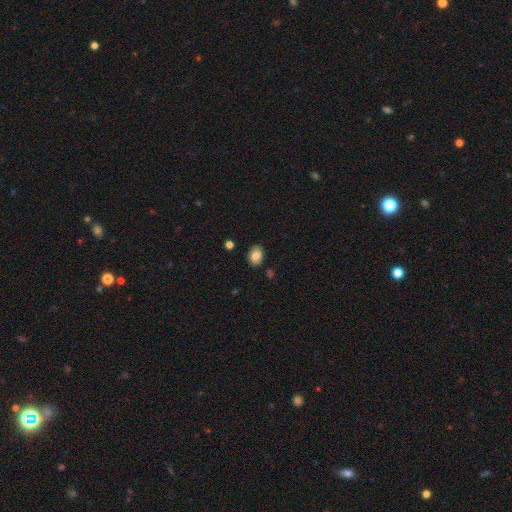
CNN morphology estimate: This appears to be a smooth galaxy with no disk features (82%) that is in between round and cigar-shaped (75%). Merging: none (84%).